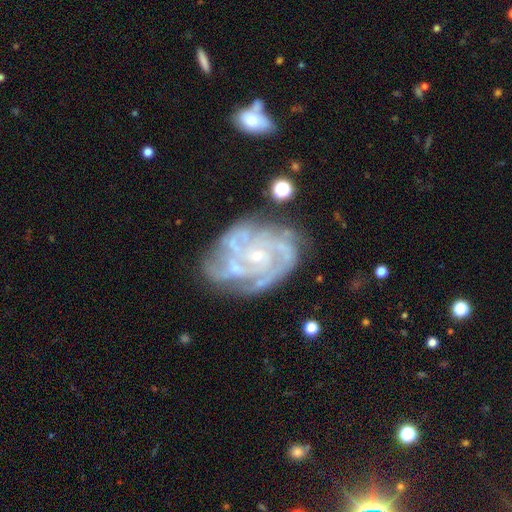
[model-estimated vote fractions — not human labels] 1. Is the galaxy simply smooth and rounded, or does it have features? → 88% featured or disk, 6% star or artifact, 6% smooth.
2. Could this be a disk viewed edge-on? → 98% no, 2% yes.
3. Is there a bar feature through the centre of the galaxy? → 73% no, 21% weak, 6% strong.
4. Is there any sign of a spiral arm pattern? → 97% yes, 3% no.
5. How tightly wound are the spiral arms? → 63% tight, 31% medium, 6% loose.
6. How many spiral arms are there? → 31% 4, 23% 3, 20% can't tell, 11% 2, 9% more than 4, 6% 1.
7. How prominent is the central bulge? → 82% small, 14% moderate, 3% none, 1% large, 1% dominant.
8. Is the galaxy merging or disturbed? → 64% none, 21% minor disturbance, 11% major disturbance, 4% merger.